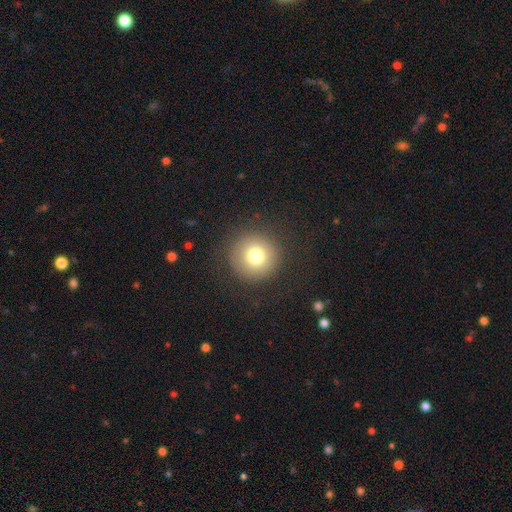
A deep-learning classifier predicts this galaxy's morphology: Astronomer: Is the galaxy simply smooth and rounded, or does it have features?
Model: smooth — 76%.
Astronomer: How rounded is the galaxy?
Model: round — 96%.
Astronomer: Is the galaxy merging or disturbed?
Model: none — 88%.